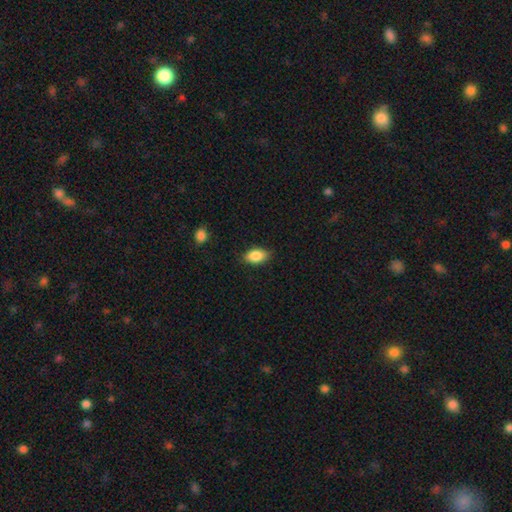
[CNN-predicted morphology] smooth-or-featured: smooth: 86% | star or artifact: 8% | featured or disk: 7%
  how-rounded: in between: 90% | round: 7% | cigar-shaped: 3%
  merging: none: 84% | minor disturbance: 12% | major disturbance: 2% | merger: 1%